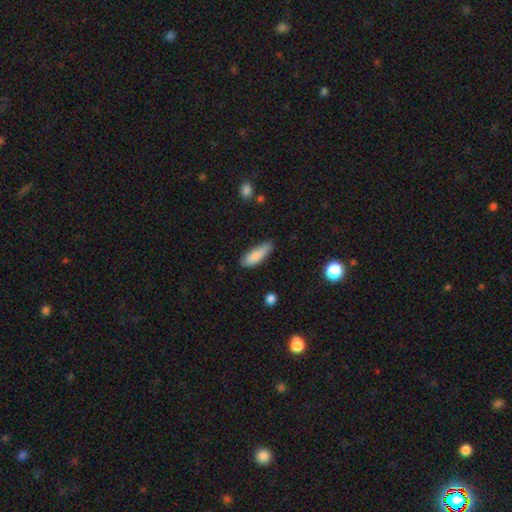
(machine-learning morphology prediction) This is clearly a smooth galaxy (85%). How rounded: possibly in between (52%). Merging: likely none (69%).